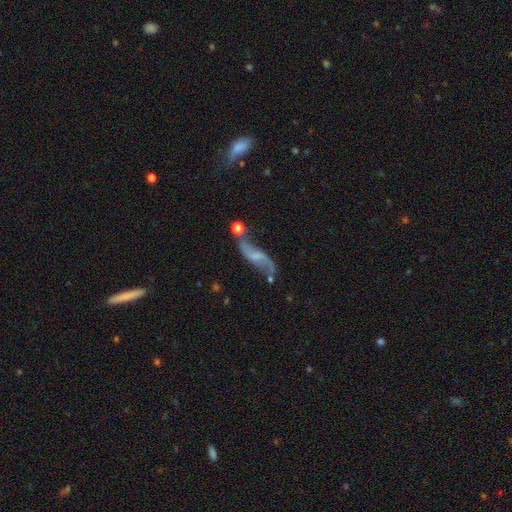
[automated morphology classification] A featured or disk galaxy (76%) with no bar (49%), 2 (90%) loose (88%) spiral arms (91%) and a small central bulge (48%).

Vote fractions:
- Smooth or featured? featured or disk: 76% / smooth: 16% / star or artifact: 8%
- Edge-on disk? no: 86% / yes: 14%
- Bar? no: 49% / weak: 38% / strong: 13%
- Spiral arms? yes: 91% / no: 9%
- Spiral winding? loose: 88% / medium: 9% / tight: 3%
- Spiral arm count? 2: 90% / 1: 4% / can't tell: 3% / 3: 1% / 4: 1% / more than 4: 1%
- Bulge size? small: 48% / none: 29% / moderate: 19% / large: 2% / dominant: 1%
- Merging? none: 50% / minor disturbance: 20% / merger: 18% / major disturbance: 13%